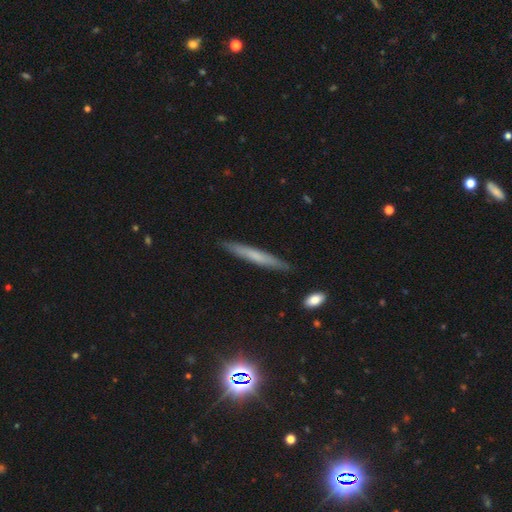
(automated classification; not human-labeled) Overall: smooth (56%; featured or disk 36%). How rounded: cigar-shaped (95%). Merging: none (89%).